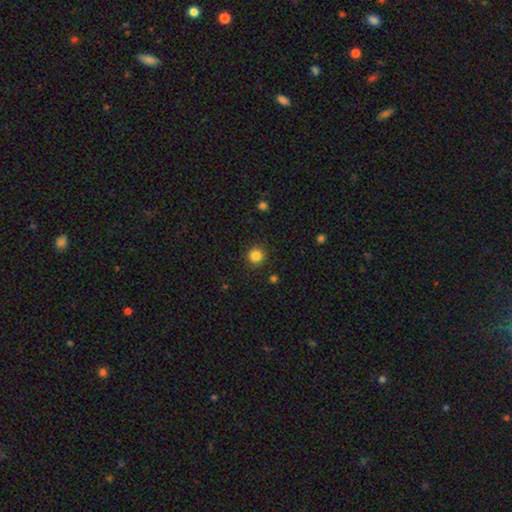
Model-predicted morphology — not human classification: smooth_or_featured: smooth (p=0.84) [alt: star or artifact p=0.12]
how_rounded: round (p=0.94) [alt: in between p=0.05]
merging: none (p=0.91) [alt: minor disturbance p=0.06]